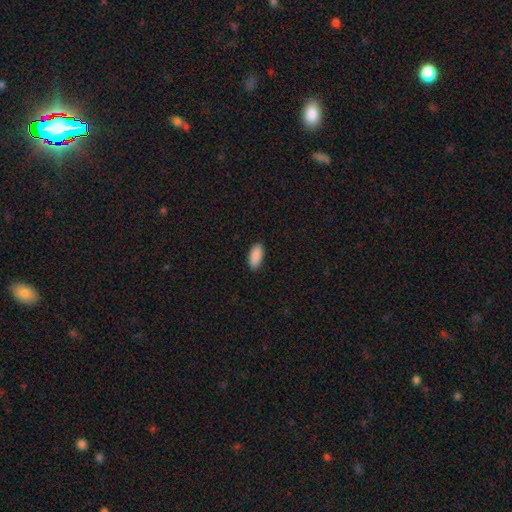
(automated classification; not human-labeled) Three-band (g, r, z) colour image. It shows a smooth galaxy with no disk features (91%) that is in between round and cigar-shaped (89%). Merging: none (89%).